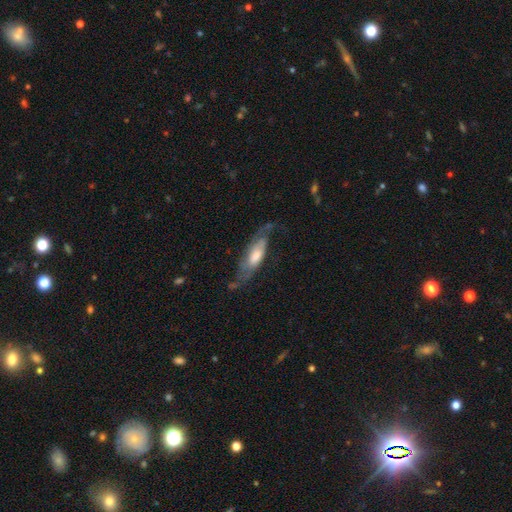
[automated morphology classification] Smooth or featured?
  - featured or disk: 71% *
  - smooth: 23%
  - star or artifact: 6%
Edge-on disk?
  - no: 75% *
  - yes: 25%
Bar?
  - no: 58% *
  - weak: 31%
  - strong: 10%
Spiral arms?
  - yes: 88% *
  - no: 12%
Bulge size?
  - moderate: 53% *
  - large: 23%
  - small: 18%
  - none: 4%
  - dominant: 3%
Merging?
  - none: 58% *
  - minor disturbance: 22%
  - major disturbance: 17%
  - merger: 2%